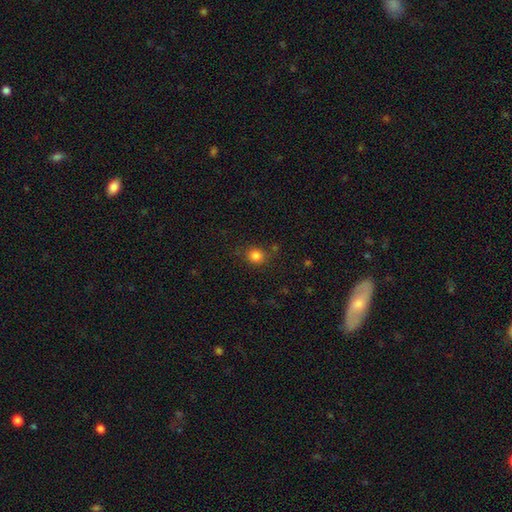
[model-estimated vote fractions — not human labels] A smooth galaxy with no disk features (83%) that is round (82%).

Vote fractions:
- Smooth or featured? smooth: 83% / star or artifact: 13% / featured or disk: 5%
- How rounded? round: 82% / in between: 17% / cigar-shaped: 1%
- Merging? none: 78% / minor disturbance: 13% / major disturbance: 5% / merger: 4%